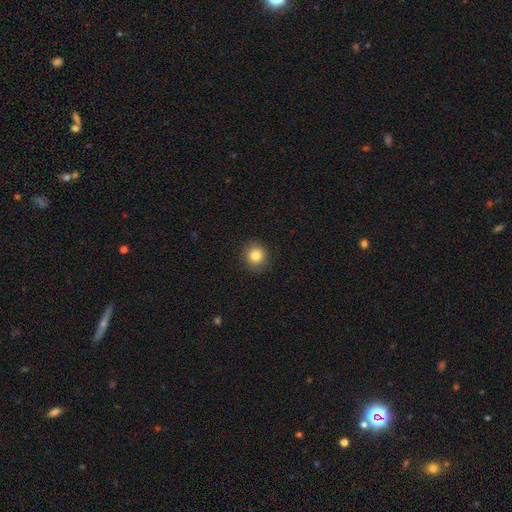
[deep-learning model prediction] smooth_or_featured: smooth (p=0.82) [alt: star or artifact p=0.11]
how_rounded: round (p=0.90) [alt: in between p=0.09]
merging: none (p=0.90) [alt: minor disturbance p=0.07]